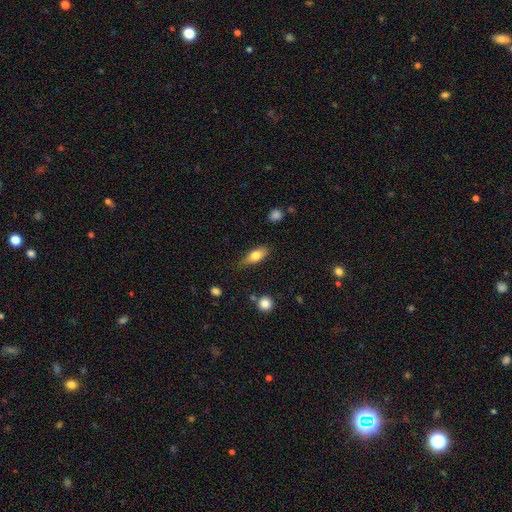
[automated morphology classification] Smooth or featured: smooth — 74% (featured or disk — 19%)
How rounded: in between — 79% (cigar-shaped — 16%)
Merging: none — 72% (minor disturbance — 21%)